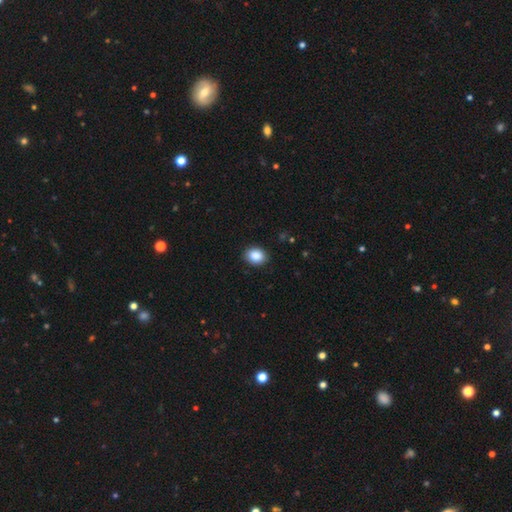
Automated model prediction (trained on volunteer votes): Overall: smooth (88%). How rounded: in between (57%; round 42%). Merging: none (89%).